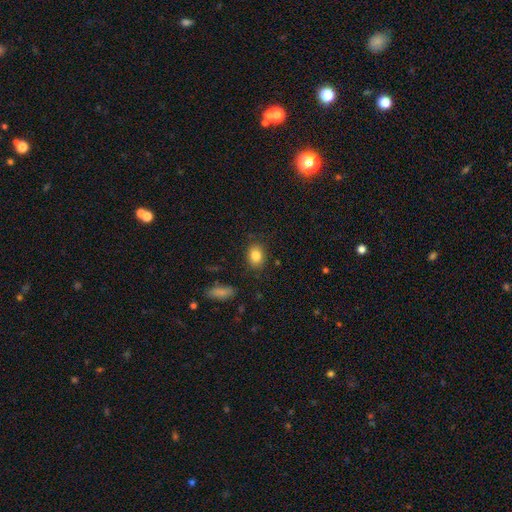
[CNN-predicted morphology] Overall: smooth (83%). How rounded: in between (62%; round 36%). Merging: none (84%).